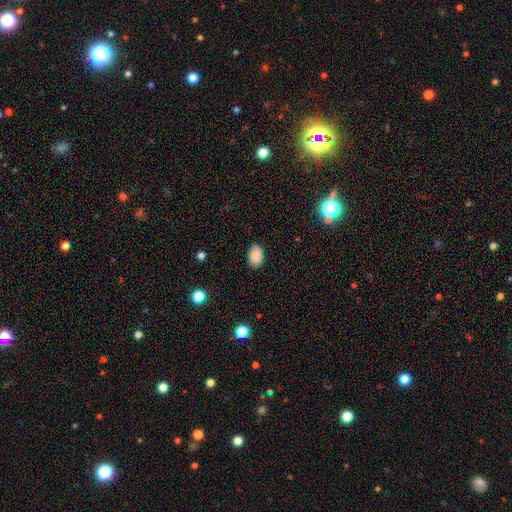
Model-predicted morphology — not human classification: Smooth or featured? smooth (88%)
How rounded? in between (86%)
Merging? none (86%)